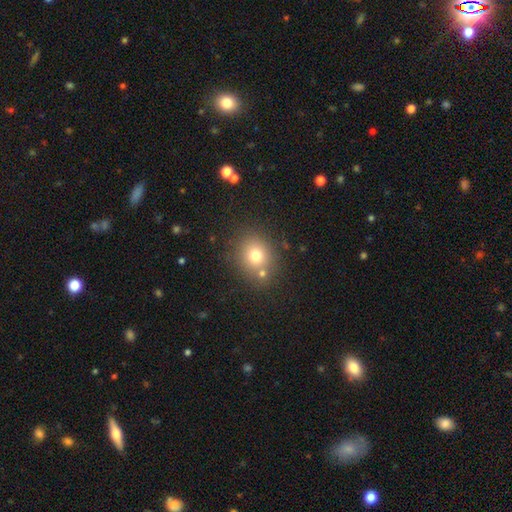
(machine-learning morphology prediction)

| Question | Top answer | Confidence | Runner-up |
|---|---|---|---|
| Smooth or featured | smooth | 73% | star or artifact (15%) |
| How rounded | round | 77% | in between (22%) |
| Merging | none | 70% | merger (16%) |